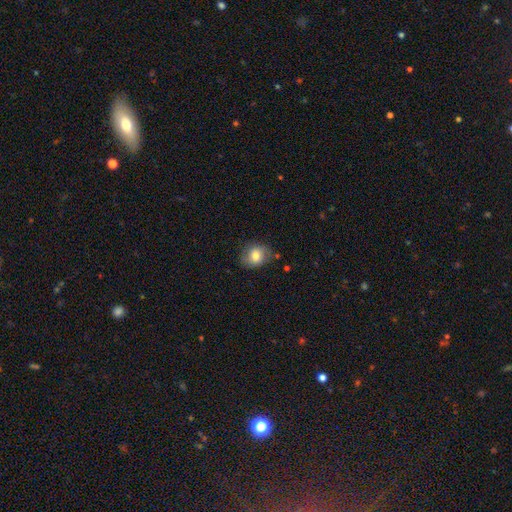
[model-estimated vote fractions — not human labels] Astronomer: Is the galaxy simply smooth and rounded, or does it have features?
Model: smooth — 77%.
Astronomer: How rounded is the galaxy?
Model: round — 62%.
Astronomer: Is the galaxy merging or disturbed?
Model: none — 74%.